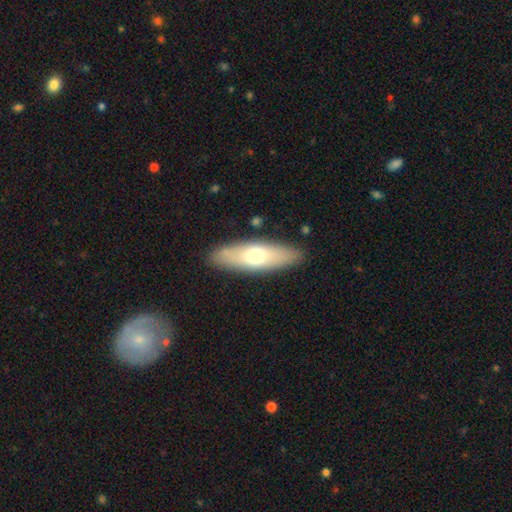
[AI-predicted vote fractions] This appears to be a smooth galaxy with no disk features (61%) that is in between round and cigar-shaped (52%). Merging: none (87%).